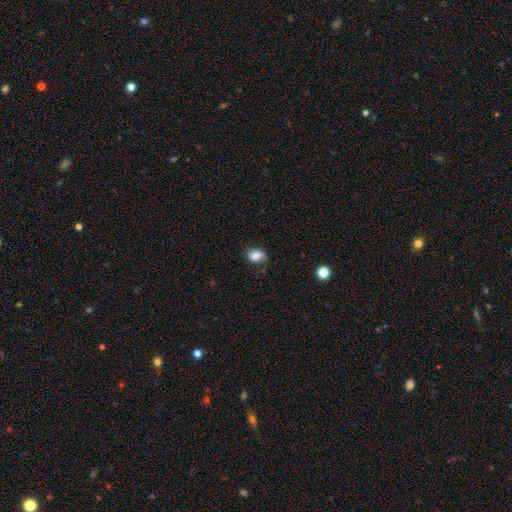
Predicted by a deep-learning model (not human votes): A smooth galaxy with no disk features (82%) that is in between round and cigar-shaped (69%).

Vote fractions:
- Smooth or featured? smooth: 82% / star or artifact: 9% / featured or disk: 9%
- How rounded? in between: 69% / round: 29% / cigar-shaped: 1%
- Merging? none: 66% / minor disturbance: 25% / major disturbance: 6% / merger: 2%